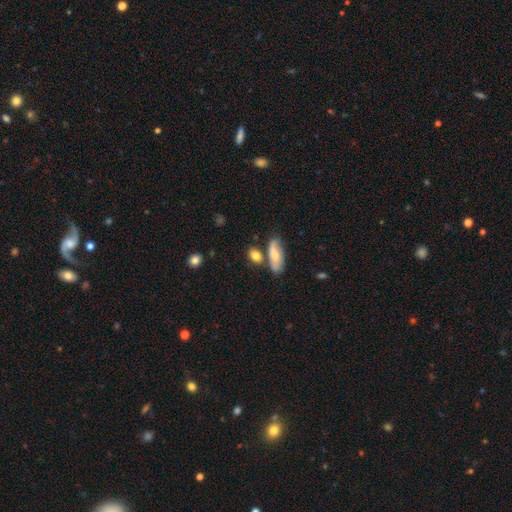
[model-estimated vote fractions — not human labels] Smooth or featured: smooth — 79% (featured or disk — 13%)
How rounded: in between — 70% (round — 19%)
Merging: none — 59% (merger — 20%)